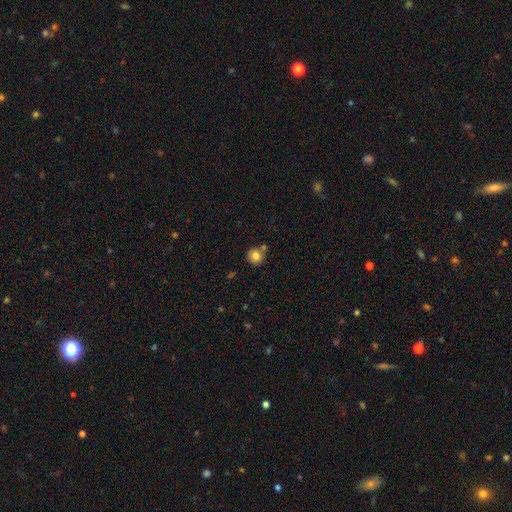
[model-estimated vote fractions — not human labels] A smooth galaxy with no disk features (81%) that is round (91%). Merging: none (70%).